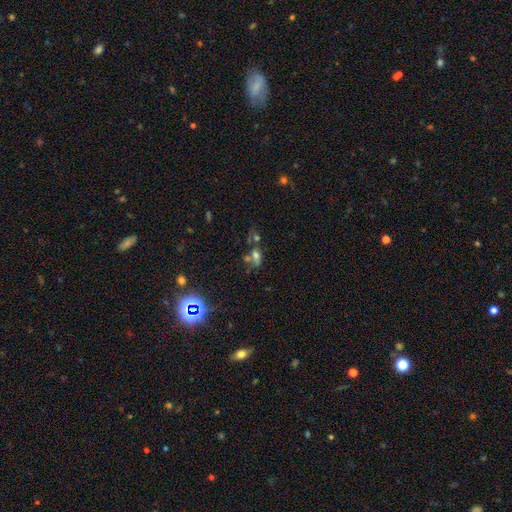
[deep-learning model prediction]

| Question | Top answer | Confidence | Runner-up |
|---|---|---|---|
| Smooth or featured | smooth | 50% | star or artifact (26%) |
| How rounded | in between | 67% | round (26%) |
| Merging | merger | 43% | none (30%) |